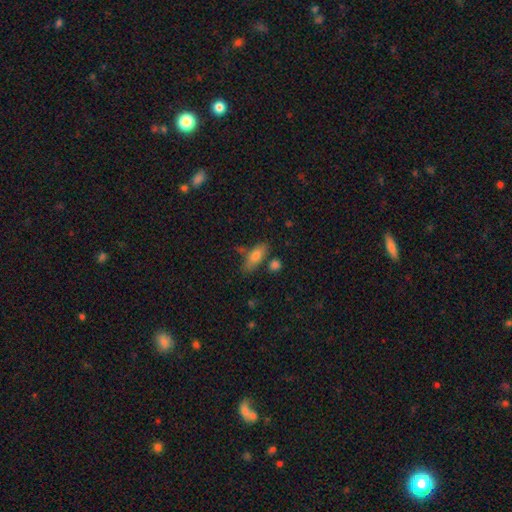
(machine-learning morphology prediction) smooth 74%, featured or disk 18%, star or artifact 8%. Down the decision tree: how rounded — in between (73%); merging — none (62%).